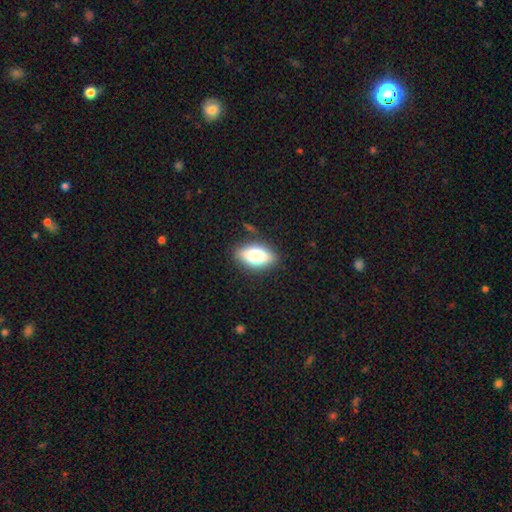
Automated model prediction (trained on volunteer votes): A smooth galaxy with no disk features (74%) that is in between round and cigar-shaped (88%).

Vote fractions:
- Smooth or featured? smooth: 74% / featured or disk: 19% / star or artifact: 8%
- How rounded? in between: 88% / round: 6% / cigar-shaped: 6%
- Merging? none: 84% / minor disturbance: 11% / major disturbance: 3% / merger: 2%